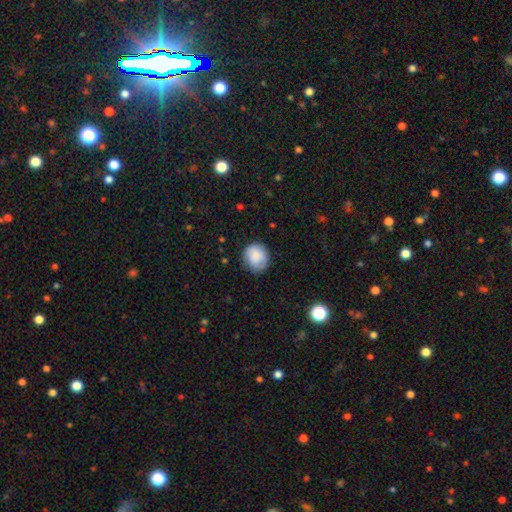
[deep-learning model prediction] This appears to be a smooth galaxy with no disk features (84%) that is round (74%). Merging: none (75%).